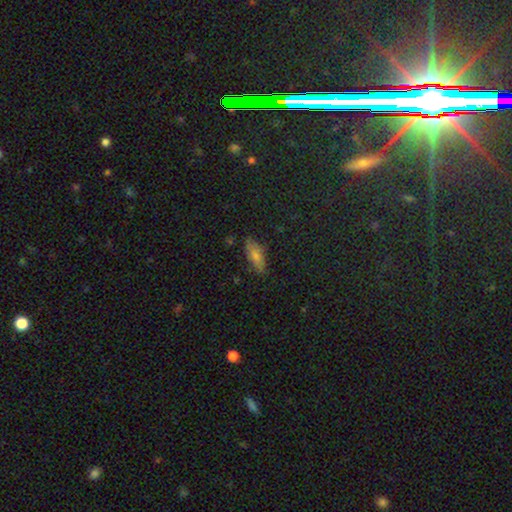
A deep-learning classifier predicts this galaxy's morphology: smooth-or-featured: smooth: 64% | featured or disk: 21% | star or artifact: 15%
  how-rounded: in between: 69% | cigar-shaped: 27% | round: 4%
  merging: none: 82% | minor disturbance: 14% | major disturbance: 3% | merger: 1%